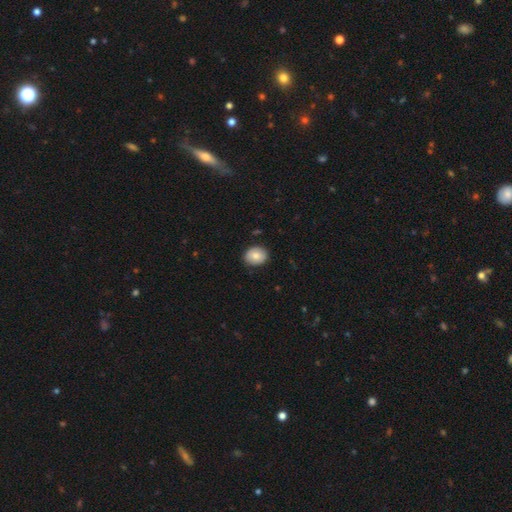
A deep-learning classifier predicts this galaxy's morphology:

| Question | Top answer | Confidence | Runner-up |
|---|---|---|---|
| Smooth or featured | smooth | 78% | featured or disk (14%) |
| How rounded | round | 51% | in between (49%) |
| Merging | none | 86% | minor disturbance (10%) |